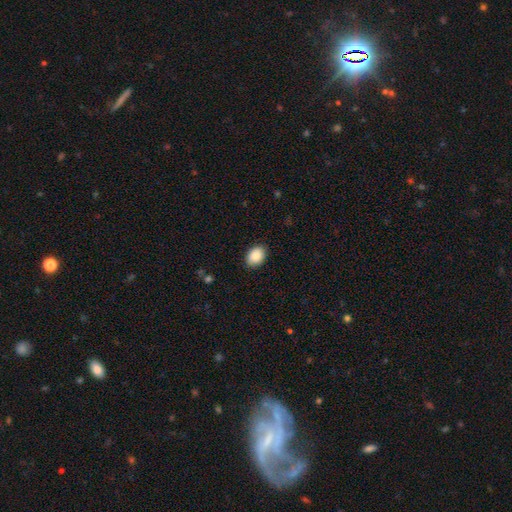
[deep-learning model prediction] A smooth galaxy with no disk features (89%) that is in between round and cigar-shaped (70%).

Vote fractions:
- Smooth or featured? smooth: 89% / star or artifact: 7% / featured or disk: 4%
- How rounded? in between: 70% / round: 29% / cigar-shaped: 1%
- Merging? none: 86% / minor disturbance: 11% / major disturbance: 2% / merger: 1%